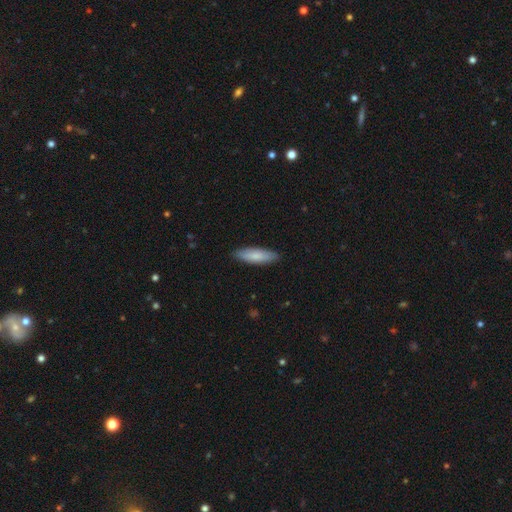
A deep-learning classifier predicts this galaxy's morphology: A smooth galaxy with no disk features (81%) that is cigar-shaped (57%).

Vote fractions:
- Smooth or featured? smooth: 81% / featured or disk: 14% / star or artifact: 5%
- How rounded? cigar-shaped: 57% / in between: 42% / round: 1%
- Merging? none: 87% / minor disturbance: 10% / major disturbance: 2% / merger: 1%